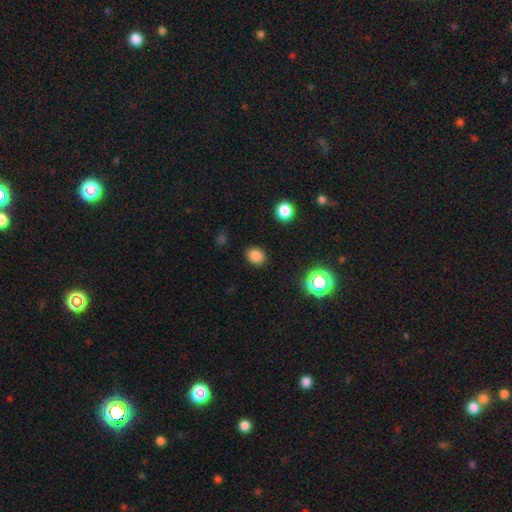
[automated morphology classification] A smooth galaxy with no disk features (81%) that is round (62%). Merging: none (88%).